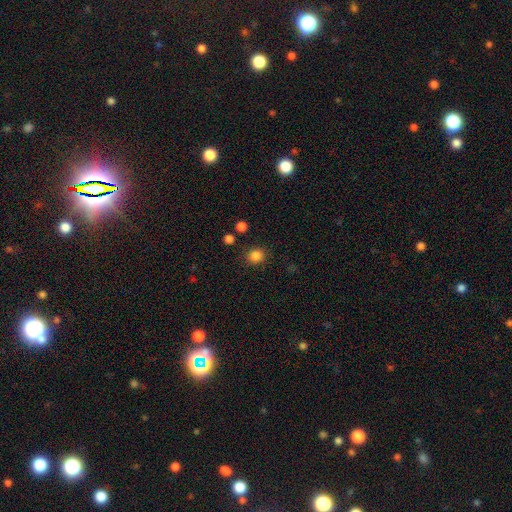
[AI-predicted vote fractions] smooth-or-featured: smooth: 84% | star or artifact: 12% | featured or disk: 4%
  how-rounded: round: 81% | in between: 18% | cigar-shaped: 1%
  merging: none: 85% | minor disturbance: 9% | major disturbance: 3% | merger: 3%